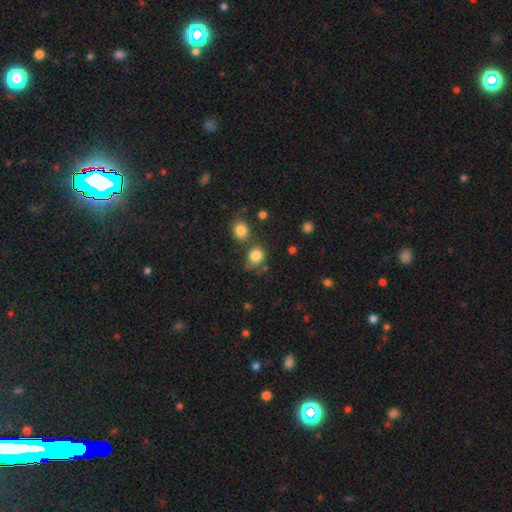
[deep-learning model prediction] Smooth or featured?
  - smooth: 83% *
  - star or artifact: 11%
  - featured or disk: 5%
How rounded?
  - round: 73% *
  - in between: 26%
  - cigar-shaped: 1%
Merging?
  - none: 63% *
  - merger: 17%
  - minor disturbance: 14%
  - major disturbance: 5%